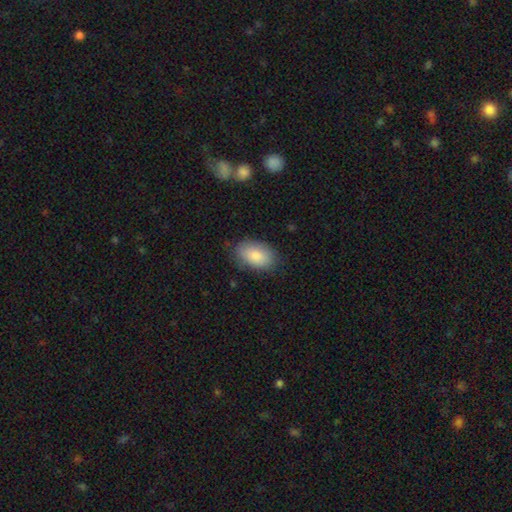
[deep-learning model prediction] A smooth galaxy with no disk features (84%) that is in between round and cigar-shaped (92%). Merging: none (81%).